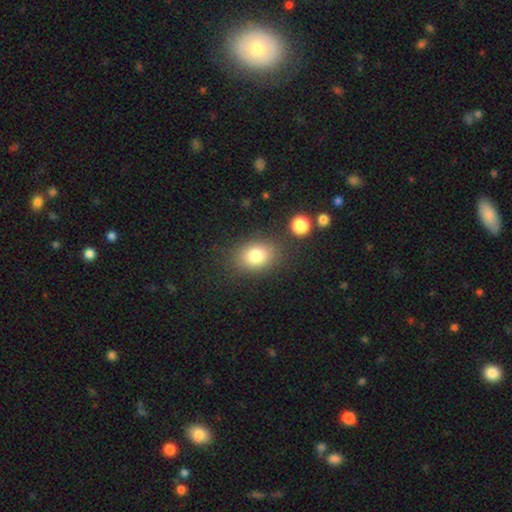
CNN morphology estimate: A smooth galaxy with no disk features (80%) that is in between round and cigar-shaped (63%). Merging: none (80%).